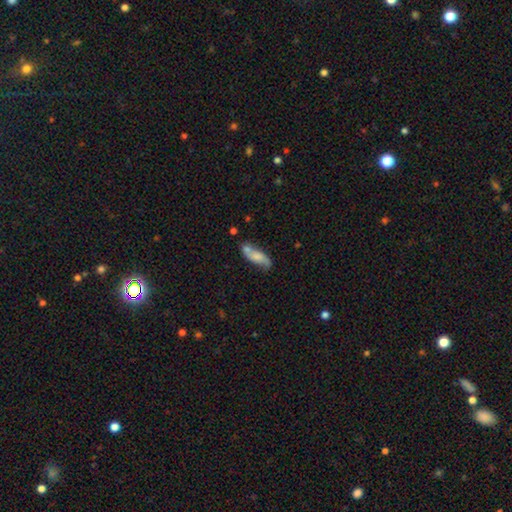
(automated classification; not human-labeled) Smooth or featured? Predicted: smooth (p=0.61). How rounded? Predicted: in between (p=0.59). Merging? Predicted: none (p=0.54).